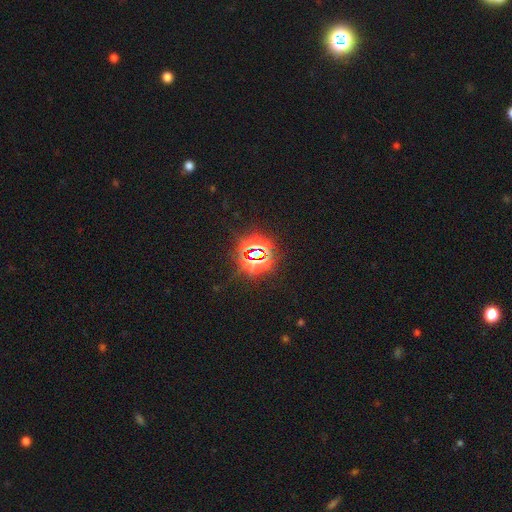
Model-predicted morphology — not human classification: star or artifact 81%, smooth 10%, featured or disk 8%.